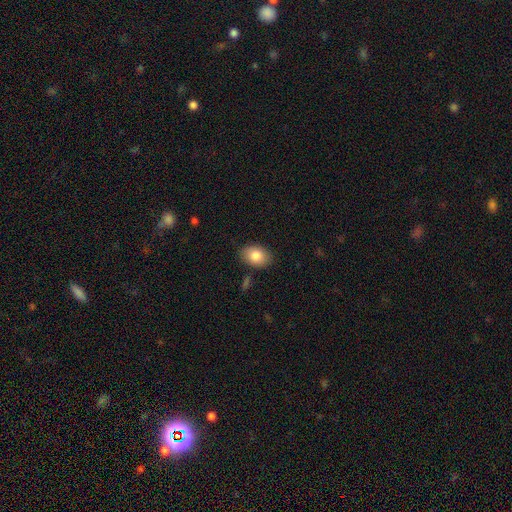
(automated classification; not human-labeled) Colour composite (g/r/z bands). It shows a smooth galaxy with no disk features (83%) that is in between round and cigar-shaped (83%). Merging: none (85%).